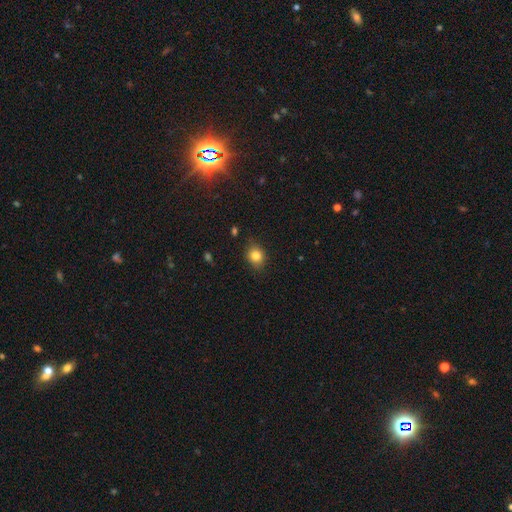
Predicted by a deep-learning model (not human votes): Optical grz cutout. It shows a smooth galaxy with no disk features (82%) that is round (58%). Merging: none (83%).